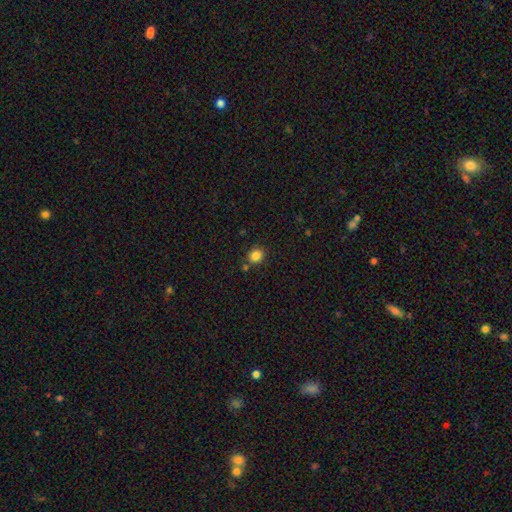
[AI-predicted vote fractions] Smooth or featured? Predicted: smooth (p=0.84). How rounded? Predicted: round (p=0.77). Merging? Predicted: none (p=0.79).